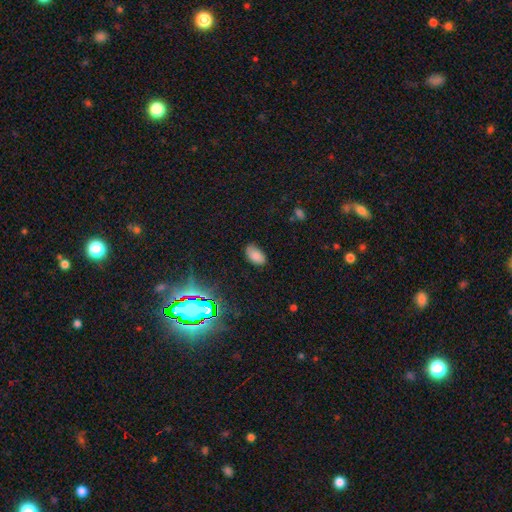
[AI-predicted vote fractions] smooth_or_featured: smooth (p=0.79) [alt: star or artifact p=0.14]
how_rounded: in between (p=0.94) [alt: round p=0.04]
merging: none (p=0.79) [alt: minor disturbance p=0.16]